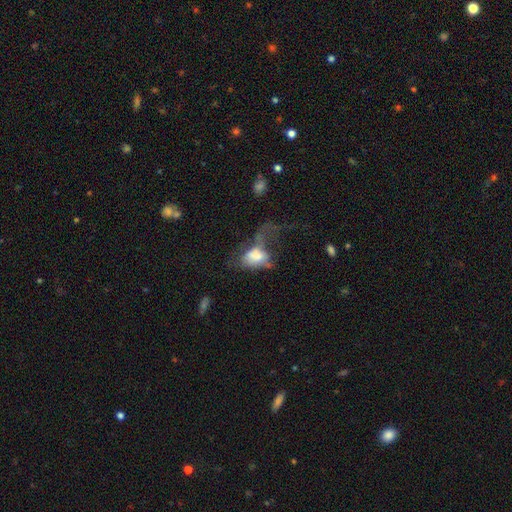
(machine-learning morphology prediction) Smooth or featured: smooth — 58% (featured or disk — 32%)
How rounded: in between — 85% (round — 13%)
Merging: major disturbance — 62% (none — 13%)